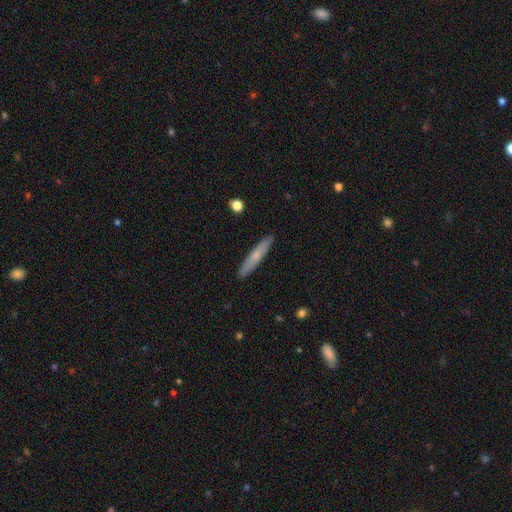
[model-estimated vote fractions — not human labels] smooth 62%, featured or disk 32%, star or artifact 6%. Down the decision tree: how rounded — cigar-shaped (91%); merging — none (91%).